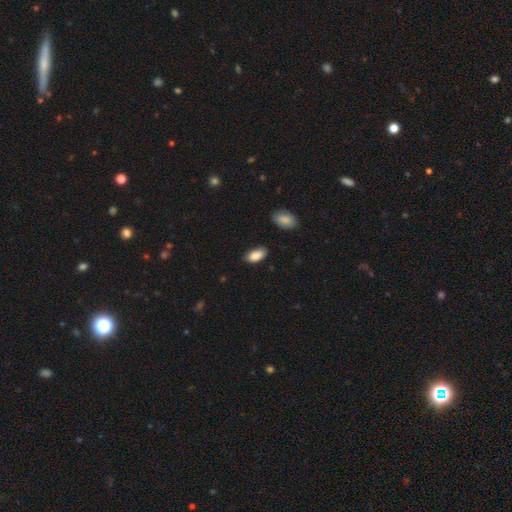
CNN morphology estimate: Q: Smooth or featured?
A: smooth (89%); runner-up: star or artifact (7%)
Q: How rounded?
A: in between (94%); runner-up: cigar-shaped (3%)
Q: Merging?
A: none (81%); runner-up: minor disturbance (15%)